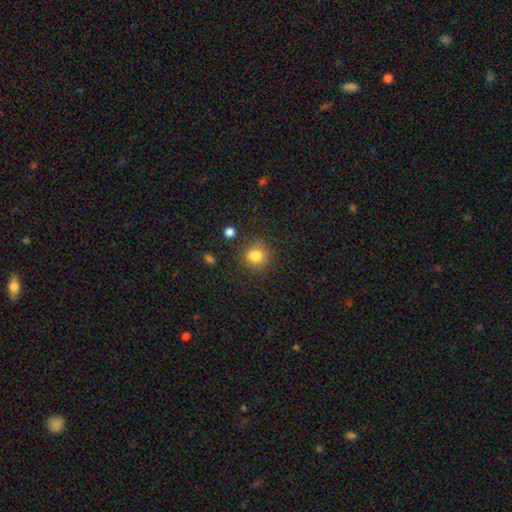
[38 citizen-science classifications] This is clearly a smooth galaxy (89%). How rounded: clearly round (97%). Merging: likely none (78%).